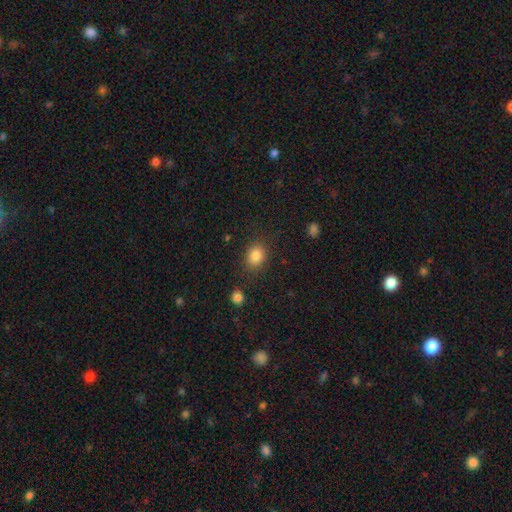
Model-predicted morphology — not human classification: Q: Smooth or featured?
A: smooth (85%); runner-up: star or artifact (10%)
Q: How rounded?
A: in between (57%); runner-up: round (42%)
Q: Merging?
A: none (82%); runner-up: minor disturbance (12%)